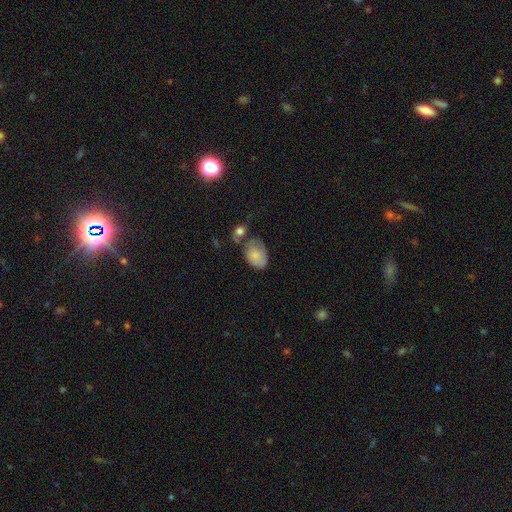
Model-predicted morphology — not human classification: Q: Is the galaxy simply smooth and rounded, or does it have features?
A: smooth — 76%.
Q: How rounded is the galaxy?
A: in between — 84%.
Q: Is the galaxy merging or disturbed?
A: none — 39%.